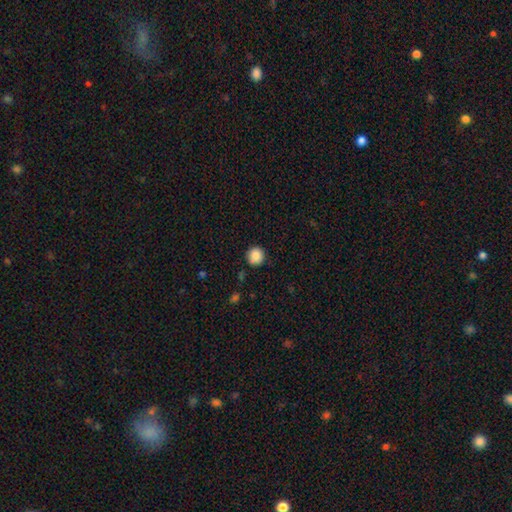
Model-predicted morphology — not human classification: This is clearly a smooth galaxy (87%). How rounded: clearly round (94%). Merging: clearly none (87%).